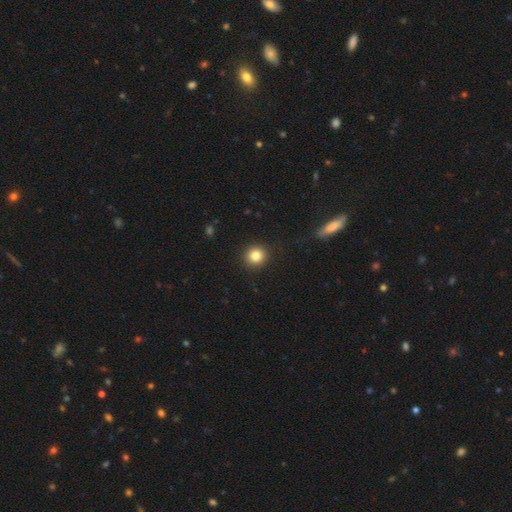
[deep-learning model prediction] This is clearly a smooth galaxy (83%). How rounded: clearly round (92%). Merging: clearly none (92%).